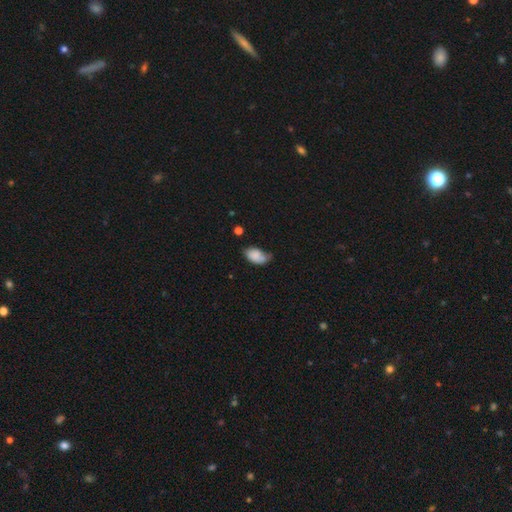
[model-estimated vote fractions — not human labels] Overall: smooth (82%). How rounded: in between (92%). Merging: minor disturbance (41%; none 38%).